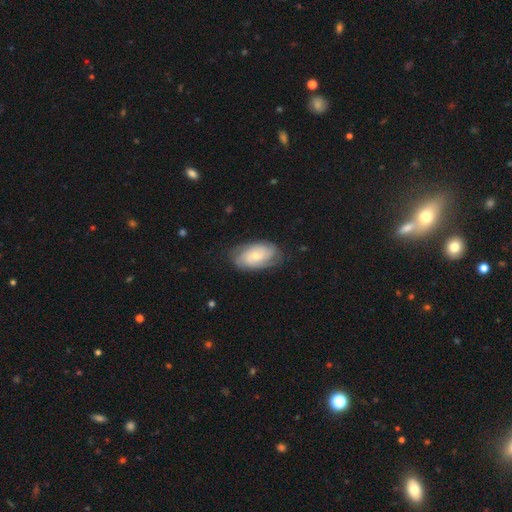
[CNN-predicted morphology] Smooth or featured? Predicted: featured or disk (p=0.65). Edge-on disk? Predicted: no (p=0.95). Bar? Predicted: no (p=0.75). Spiral arms? Predicted: yes (p=0.89). Spiral winding? Predicted: tight (p=0.66). Spiral arm count? Predicted: can't tell (p=0.41). Bulge size? Predicted: small (p=0.57). Merging? Predicted: none (p=0.75).